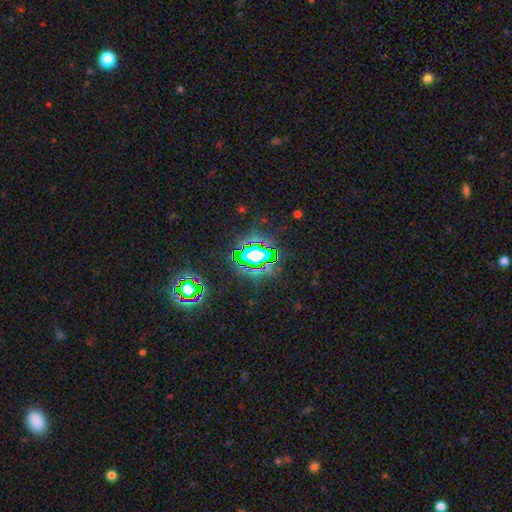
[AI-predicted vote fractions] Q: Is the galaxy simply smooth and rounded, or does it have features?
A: star or artifact — 74%.